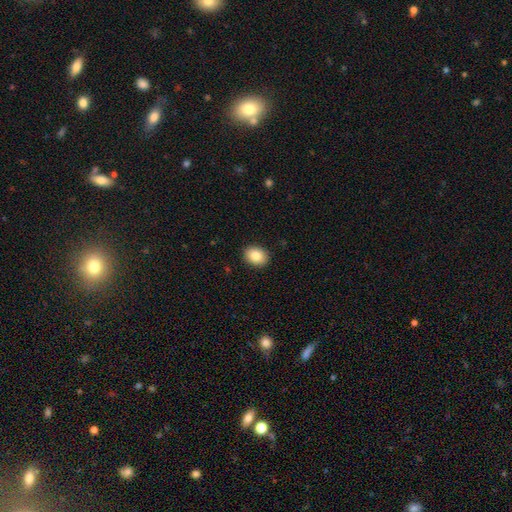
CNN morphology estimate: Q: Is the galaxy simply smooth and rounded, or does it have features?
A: smooth — 86%.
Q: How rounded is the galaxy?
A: in between — 61%.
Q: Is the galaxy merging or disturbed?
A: none — 90%.